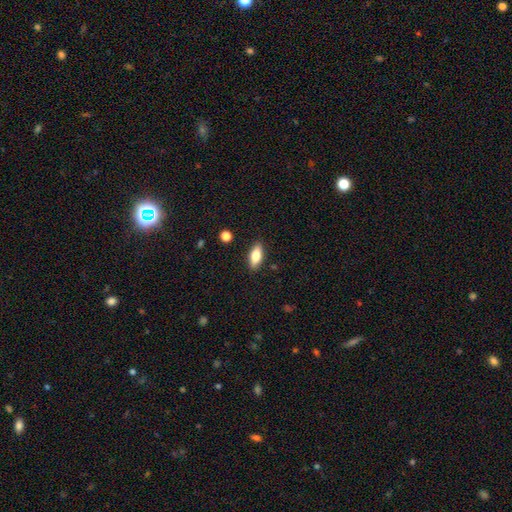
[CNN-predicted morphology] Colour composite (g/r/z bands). It shows a smooth galaxy with no disk features (77%) that is in between round and cigar-shaped (80%). Merging: none (88%).